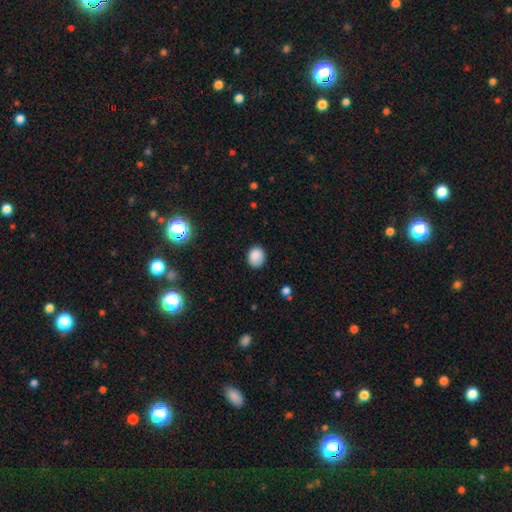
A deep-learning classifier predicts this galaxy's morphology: Overall: smooth (86%). How rounded: round (72%). Merging: none (81%).